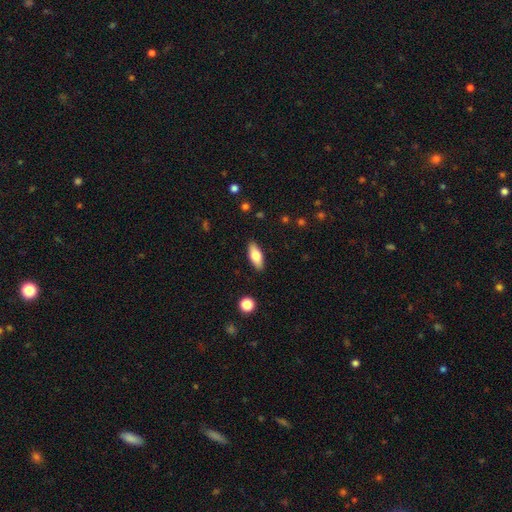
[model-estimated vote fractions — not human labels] Smooth or featured? Predicted: smooth (p=0.70). How rounded? Predicted: in between (p=0.78). Merging? Predicted: none (p=0.88).